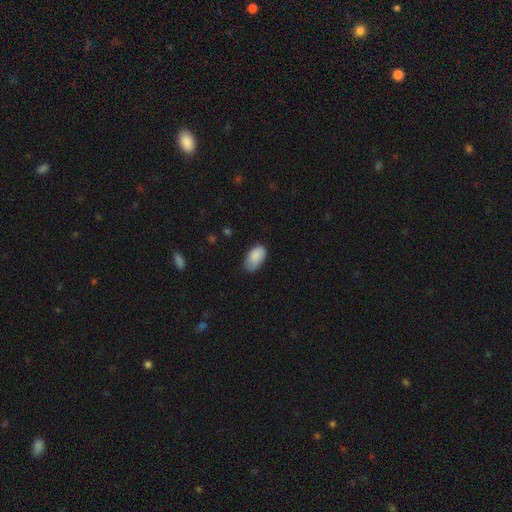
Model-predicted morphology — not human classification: Overall: smooth (88%). How rounded: in between (95%). Merging: none (65%; minor disturbance 29%).